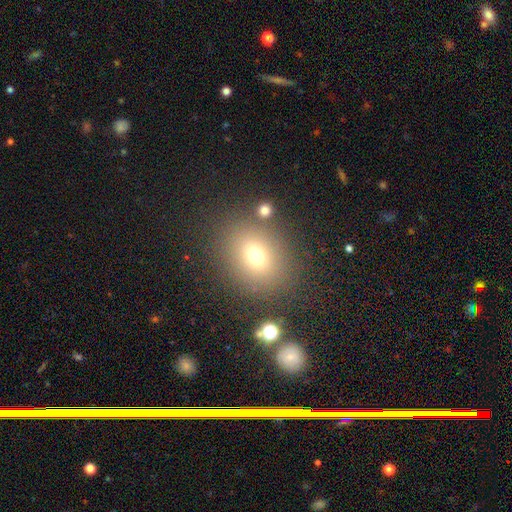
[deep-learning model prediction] Smooth or featured?
  - smooth: 70% *
  - star or artifact: 17%
  - featured or disk: 12%
How rounded?
  - round: 50% *
  - in between: 49%
  - cigar-shaped: 1%
Merging?
  - none: 78% *
  - minor disturbance: 10%
  - merger: 6%
  - major disturbance: 5%